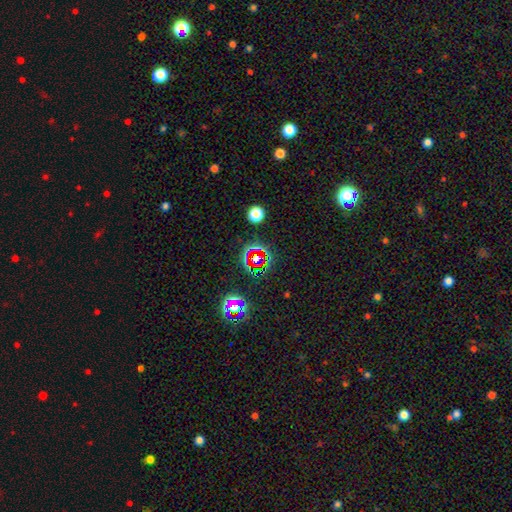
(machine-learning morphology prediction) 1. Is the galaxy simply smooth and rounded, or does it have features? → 67% star or artifact, 20% smooth, 13% featured or disk.